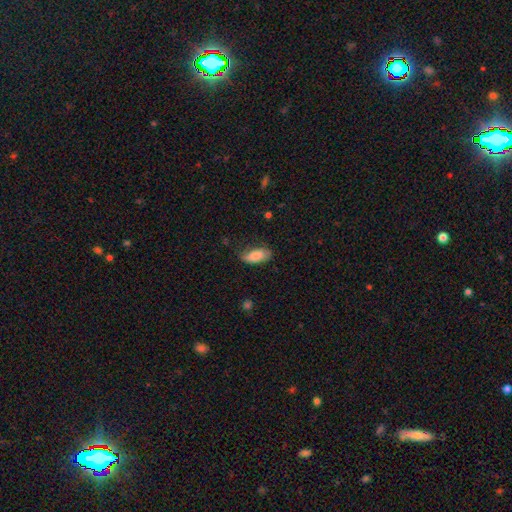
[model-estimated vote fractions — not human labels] A smooth galaxy with no disk features (83%) that is in between round and cigar-shaped (88%). Merging: none (64%).